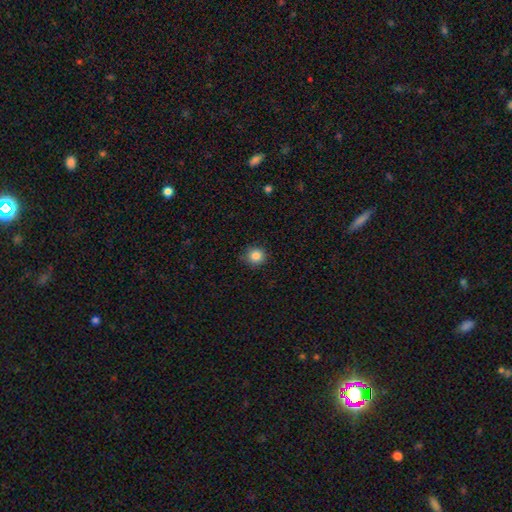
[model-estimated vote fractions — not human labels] The model was most divided on "smooth or featured": smooth: 86%, star or artifact: 10%, featured or disk: 4%. More confident: how rounded — round (91%); merging — none (87%).